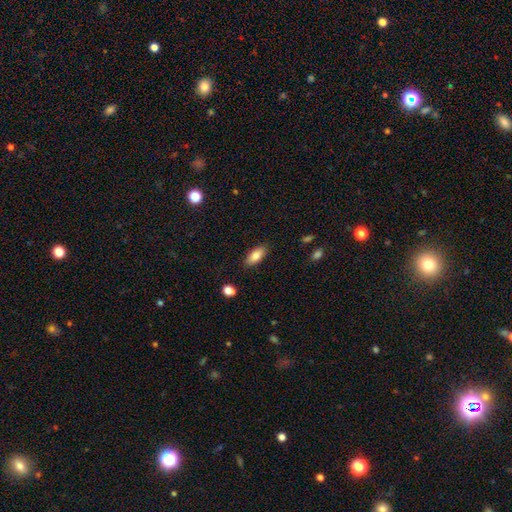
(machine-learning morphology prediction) This is clearly a smooth galaxy (83%). How rounded: clearly in between (84%). Merging: clearly none (87%).